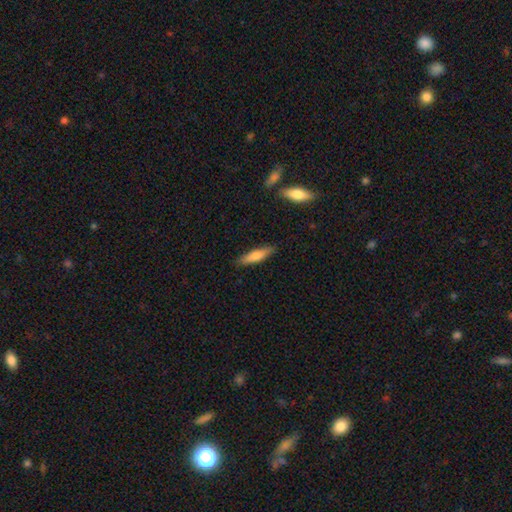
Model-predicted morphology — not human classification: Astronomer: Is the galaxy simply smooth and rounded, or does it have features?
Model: smooth — 68%.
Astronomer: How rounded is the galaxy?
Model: cigar-shaped — 75%.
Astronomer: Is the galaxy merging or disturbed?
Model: none — 87%.